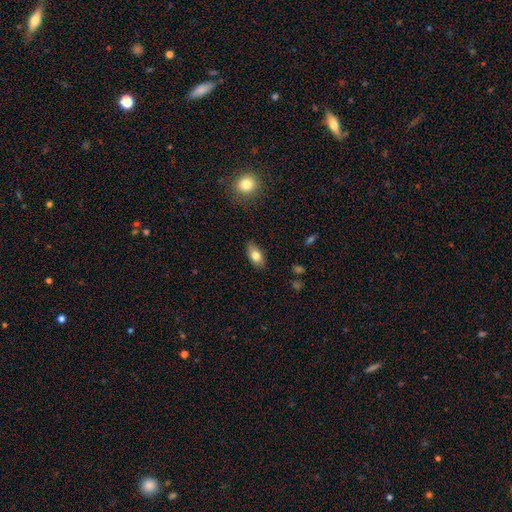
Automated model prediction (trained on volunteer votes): A smooth galaxy with no disk features (76%) that is in between round and cigar-shaped (87%).

Vote fractions:
- Smooth or featured? smooth: 76% / featured or disk: 16% / star or artifact: 8%
- How rounded? in between: 87% / cigar-shaped: 8% / round: 5%
- Merging? none: 85% / minor disturbance: 12% / major disturbance: 2% / merger: 1%